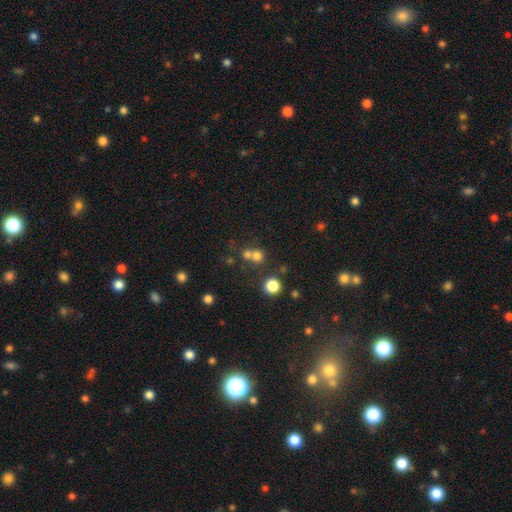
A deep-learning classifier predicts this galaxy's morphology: A smooth galaxy with no disk features (70%) that is round (86%).

Vote fractions:
- Smooth or featured? smooth: 70% / star or artifact: 19% / featured or disk: 11%
- How rounded? round: 86% / in between: 13% / cigar-shaped: 1%
- Merging? none: 47% / merger: 44% / minor disturbance: 6% / major disturbance: 3%